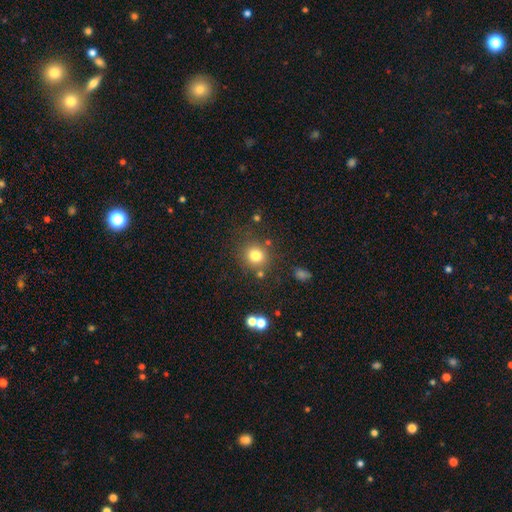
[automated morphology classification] Smooth or featured? Predicted: smooth (p=0.79). How rounded? Predicted: round (p=0.86). Merging? Predicted: none (p=0.78).